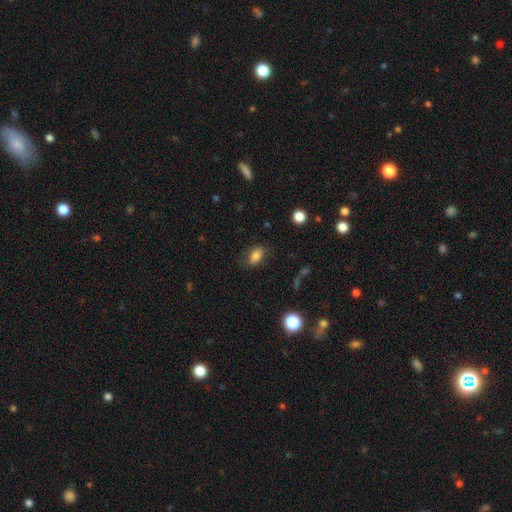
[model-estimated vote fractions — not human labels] Q: Smooth or featured?
A: smooth (82%); runner-up: star or artifact (9%)
Q: How rounded?
A: in between (88%); runner-up: round (10%)
Q: Merging?
A: none (78%); runner-up: minor disturbance (15%)